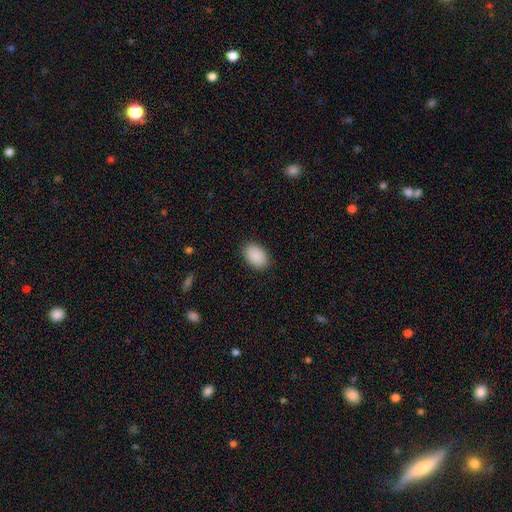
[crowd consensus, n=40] A smooth galaxy with no disk features (95%) that is in between round and cigar-shaped (95%). Merging: none (89%).